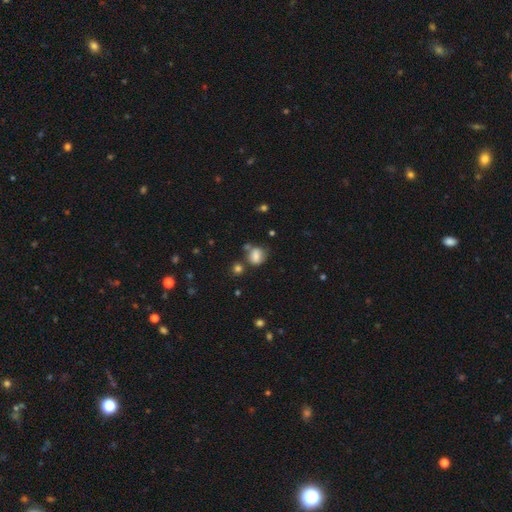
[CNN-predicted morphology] Q: Smooth or featured?
A: smooth (74%); runner-up: featured or disk (14%)
Q: How rounded?
A: round (53%); runner-up: in between (46%)
Q: Merging?
A: none (51%); runner-up: minor disturbance (24%)